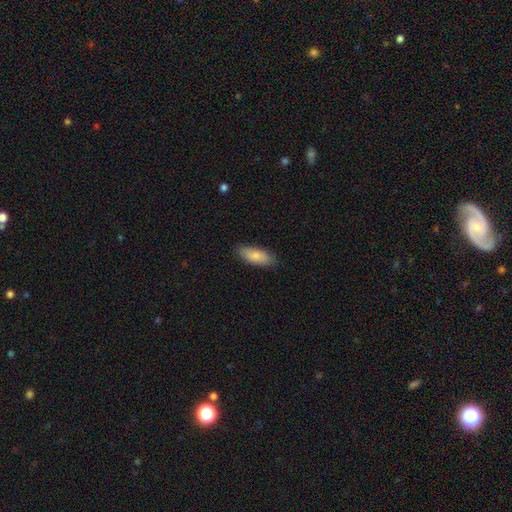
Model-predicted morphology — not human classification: This is clearly a smooth galaxy (83%). How rounded: likely in between (75%). Merging: clearly none (86%).